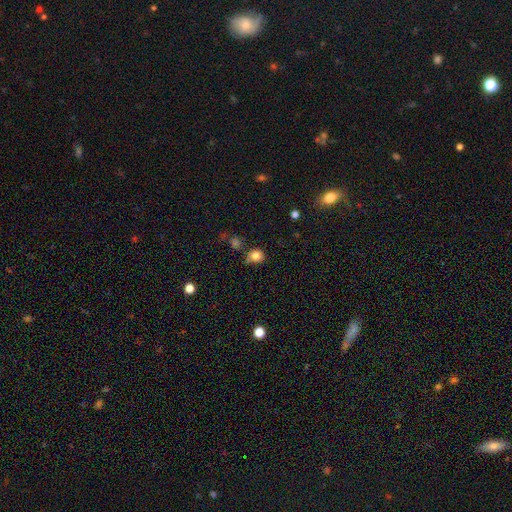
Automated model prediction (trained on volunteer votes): This appears to be a smooth galaxy with no disk features (81%) that is round (76%). Merging: none (59%).